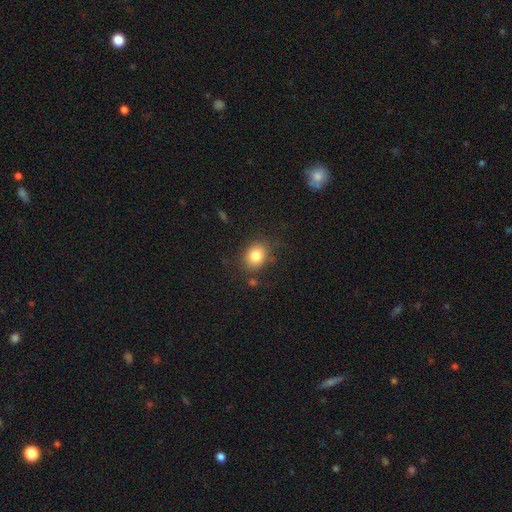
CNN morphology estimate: smooth 81%, star or artifact 11%, featured or disk 8%. Down the decision tree: how rounded — round (56%); merging — none (80%).